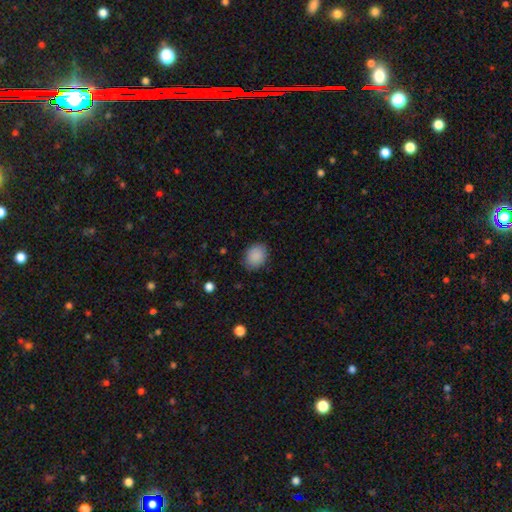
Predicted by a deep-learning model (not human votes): Overall: smooth (89%). How rounded: in between (51%; round 48%). Merging: none (84%).